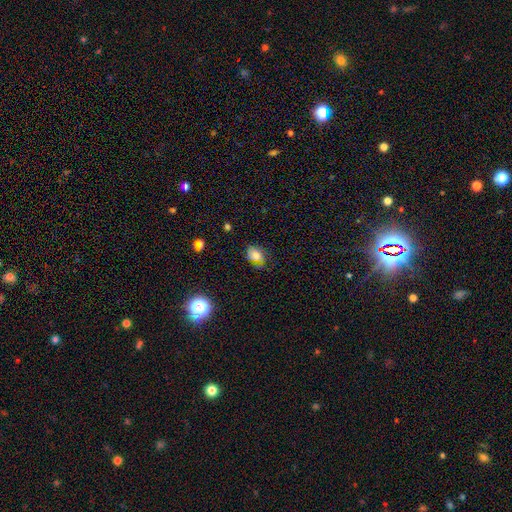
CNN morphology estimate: A smooth galaxy with no disk features (69%) that is in between round and cigar-shaped (76%).

Vote fractions:
- Smooth or featured? smooth: 69% / featured or disk: 16% / star or artifact: 15%
- How rounded? in between: 76% / round: 23% / cigar-shaped: 2%
- Merging? none: 56% / minor disturbance: 30% / major disturbance: 12% / merger: 2%